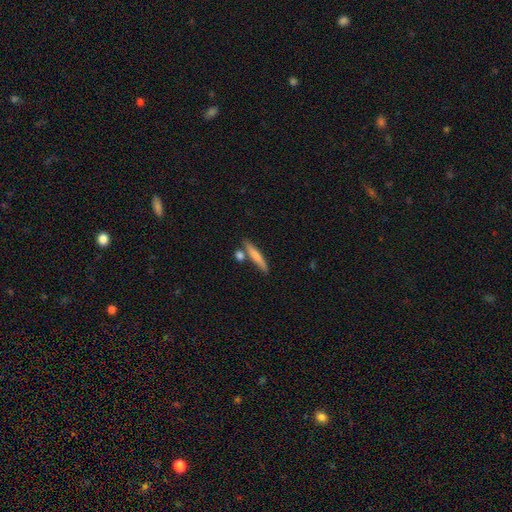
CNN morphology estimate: Smooth or featured? Predicted: smooth (p=0.70). How rounded? Predicted: cigar-shaped (p=0.88). Merging? Predicted: none (p=0.72).